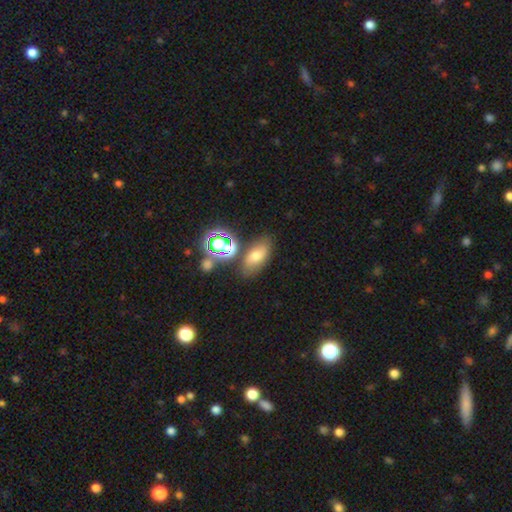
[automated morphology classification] Overall: smooth (55%; star or artifact 23%). How rounded: in between (80%). Merging: none (69%).